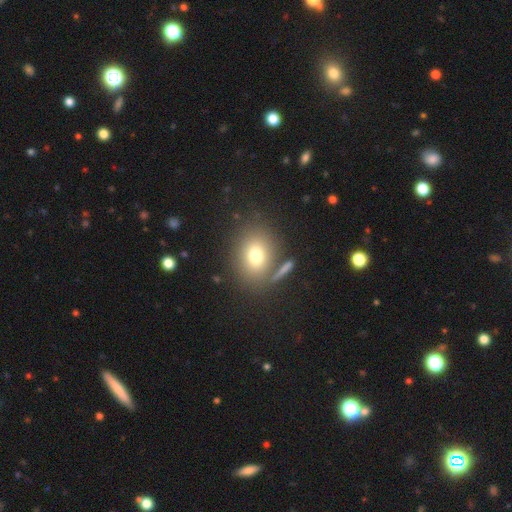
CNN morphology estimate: This appears to be a smooth galaxy with no disk features (75%) that is in between round and cigar-shaped (51%). Merging: none (75%).